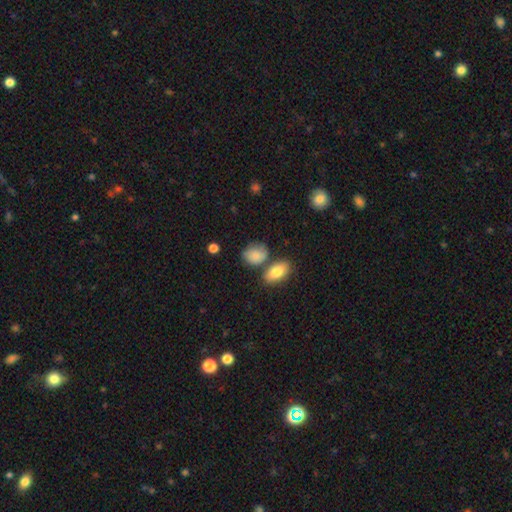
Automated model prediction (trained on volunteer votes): Morphology: type=smooth (79%); roundness=in between (60%); merging=none (53%).